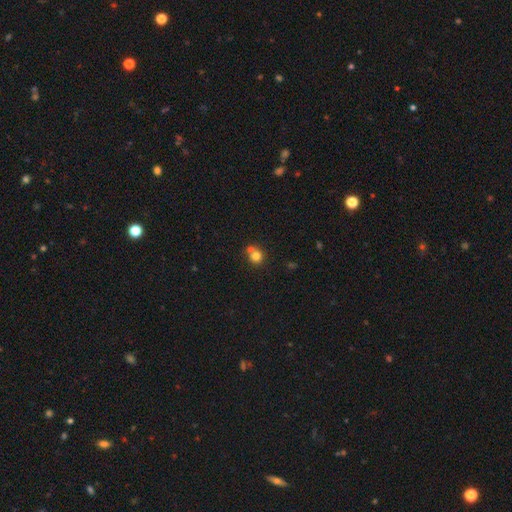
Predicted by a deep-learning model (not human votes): A smooth galaxy with no disk features (78%) that is round (88%).

Vote fractions:
- Smooth or featured? smooth: 78% / star or artifact: 12% / featured or disk: 10%
- How rounded? round: 88% / in between: 12% / cigar-shaped: 1%
- Merging? none: 55% / merger: 32% / minor disturbance: 10% / major disturbance: 3%